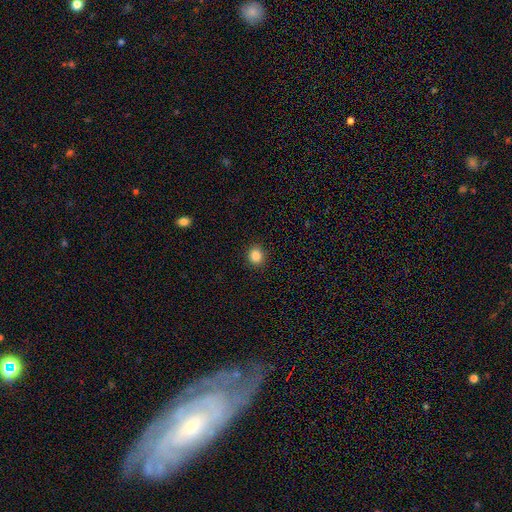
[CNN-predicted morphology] Overall: smooth (86%). How rounded: round (78%). Merging: none (91%).